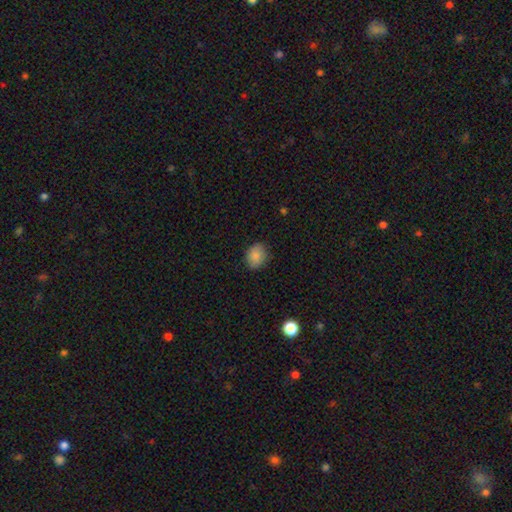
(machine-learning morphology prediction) This appears to be a smooth galaxy with no disk features (85%) that is round (50%). Merging: none (82%).